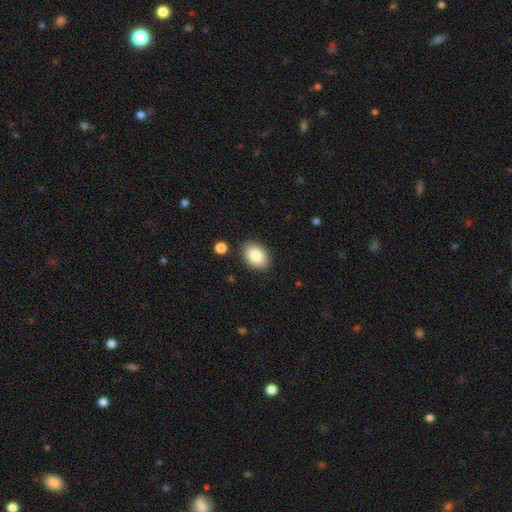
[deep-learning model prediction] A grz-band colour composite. It shows a smooth galaxy with no disk features (86%) that is in between round and cigar-shaped (81%). Merging: none (88%).